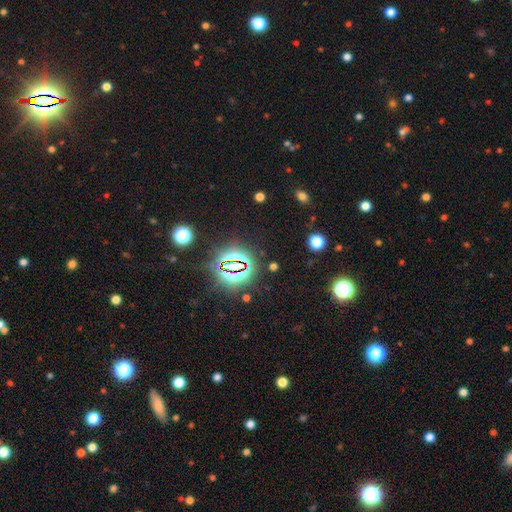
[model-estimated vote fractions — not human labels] Smooth or featured?
  - star or artifact: 82% *
  - smooth: 11%
  - featured or disk: 7%